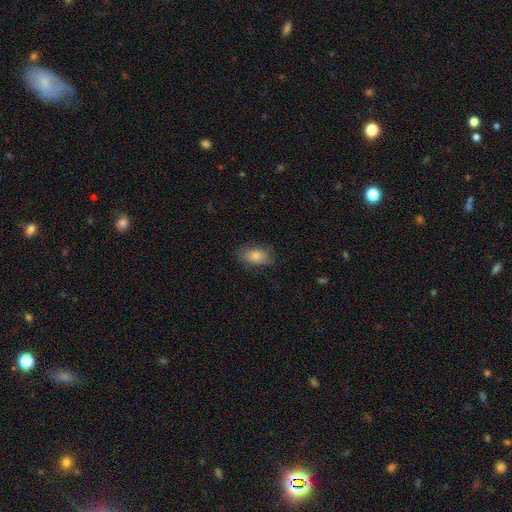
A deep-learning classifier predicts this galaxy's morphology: smooth 72%, featured or disk 18%, star or artifact 10%. Down the decision tree: how rounded — in between (87%); merging — none (74%).